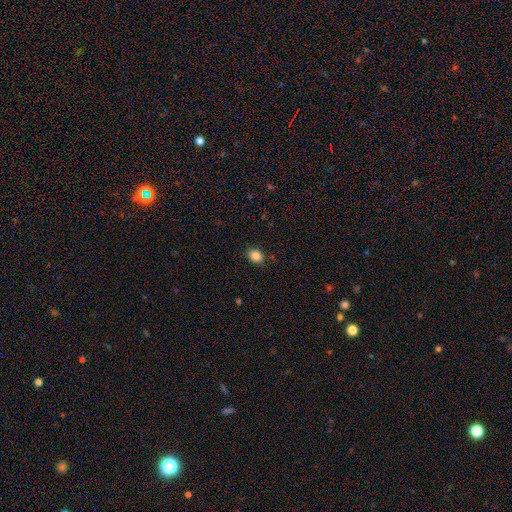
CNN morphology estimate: Overall: smooth (86%). How rounded: in between (62%; round 37%). Merging: none (86%).